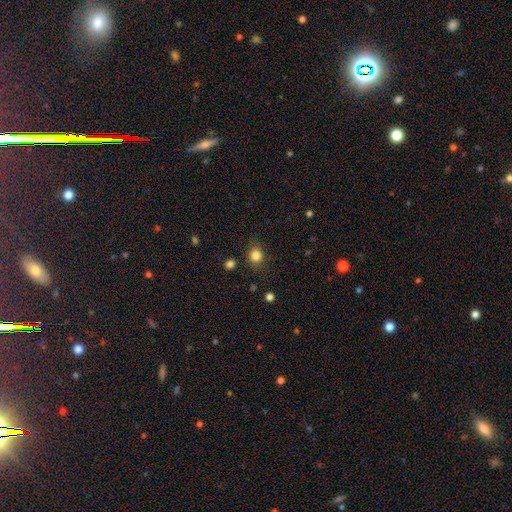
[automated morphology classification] Smooth or featured: smooth — 83% (star or artifact — 12%)
How rounded: round — 76% (in between — 23%)
Merging: none — 82% (minor disturbance — 12%)